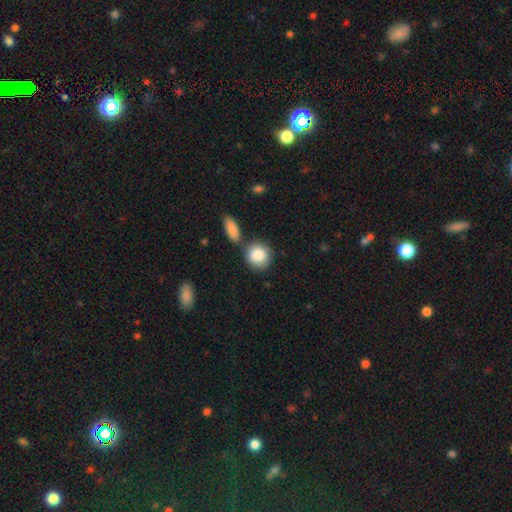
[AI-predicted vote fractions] A smooth galaxy with no disk features (86%) that is round (77%).

Vote fractions:
- Smooth or featured? smooth: 86% / featured or disk: 8% / star or artifact: 7%
- How rounded? round: 77% / in between: 21% / cigar-shaped: 2%
- Merging? none: 64% / merger: 18% / minor disturbance: 13% / major disturbance: 4%